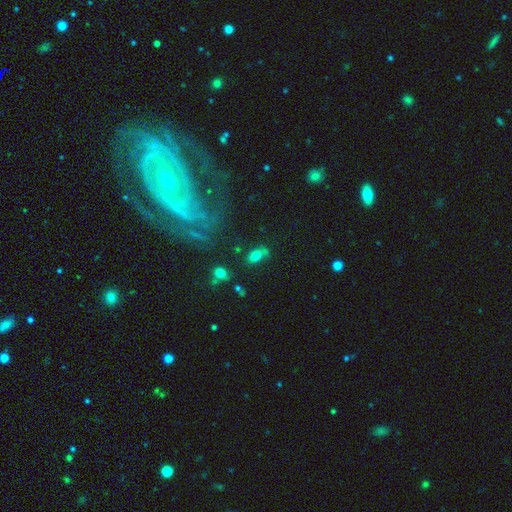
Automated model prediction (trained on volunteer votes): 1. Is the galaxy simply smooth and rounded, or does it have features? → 72% smooth, 16% featured or disk, 13% star or artifact.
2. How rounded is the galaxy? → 84% in between, 11% round, 5% cigar-shaped.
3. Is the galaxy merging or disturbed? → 54% none, 24% minor disturbance, 12% major disturbance, 11% merger.